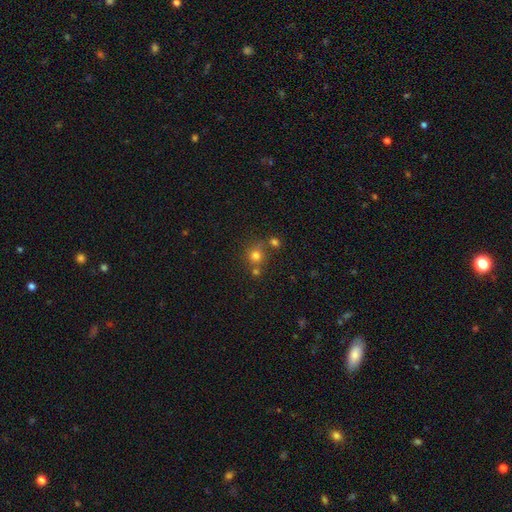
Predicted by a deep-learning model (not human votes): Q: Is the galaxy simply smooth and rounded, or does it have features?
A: smooth — 74%.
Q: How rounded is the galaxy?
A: round — 88%.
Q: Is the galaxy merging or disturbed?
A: none — 62%.